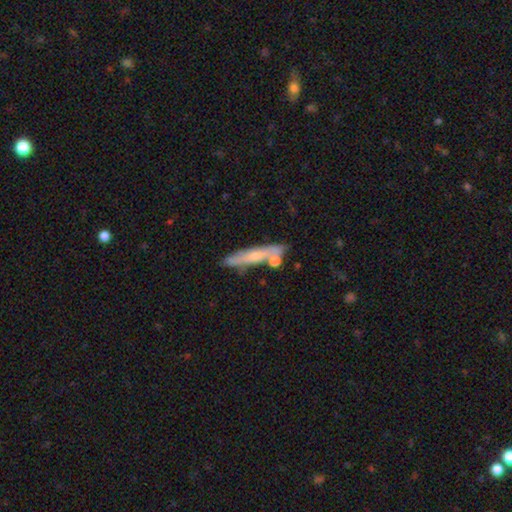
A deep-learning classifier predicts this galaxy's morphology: A smooth galaxy with no disk features (50%).

Vote fractions:
- Smooth or featured? smooth: 50% / featured or disk: 44% / star or artifact: 6%
- Merging? none: 72% / minor disturbance: 15% / merger: 10% / major disturbance: 3%